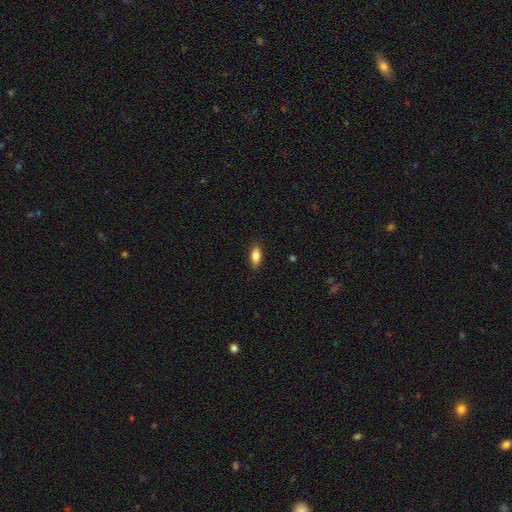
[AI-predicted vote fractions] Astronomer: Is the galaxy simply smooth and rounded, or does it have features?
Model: smooth — 82%.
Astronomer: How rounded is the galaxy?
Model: in between — 85%.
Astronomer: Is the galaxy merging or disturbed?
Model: none — 86%.